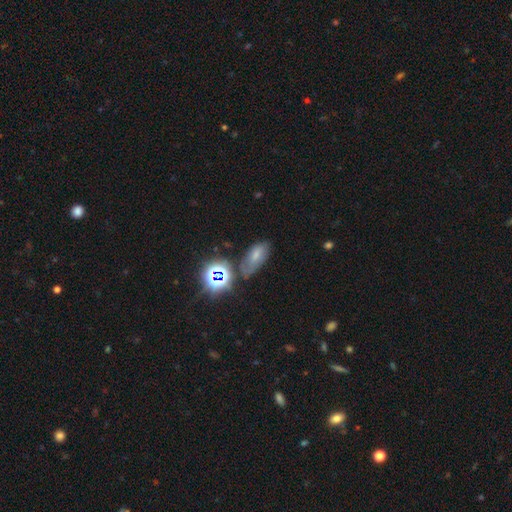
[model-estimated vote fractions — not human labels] A smooth galaxy with no disk features (56%) that is in between round and cigar-shaped (86%). Merging: none (57%).